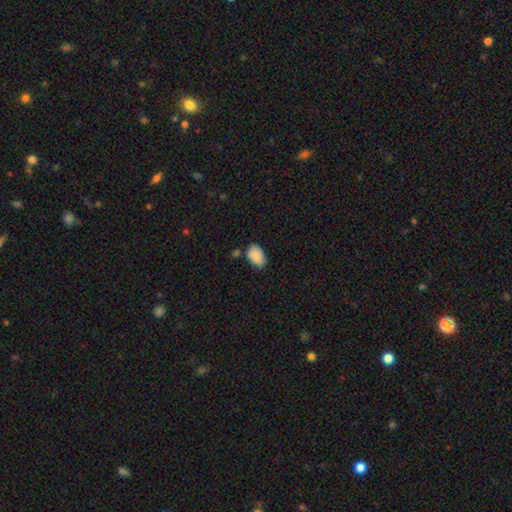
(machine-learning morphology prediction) Smooth or featured?
  - smooth: 87% *
  - star or artifact: 7%
  - featured or disk: 6%
How rounded?
  - in between: 90% *
  - round: 8%
  - cigar-shaped: 1%
Merging?
  - none: 69% *
  - minor disturbance: 21%
  - merger: 7%
  - major disturbance: 4%